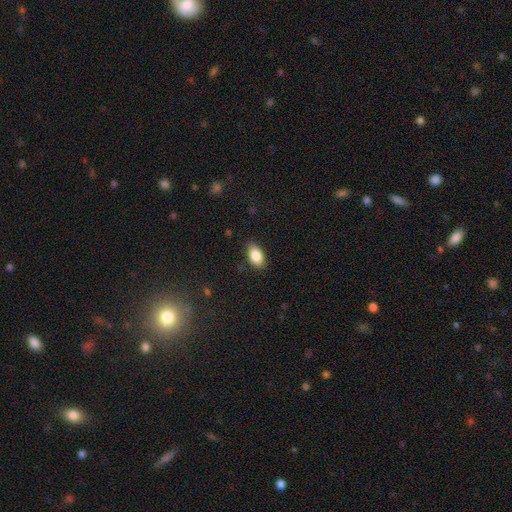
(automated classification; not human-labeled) Overall: smooth (87%). How rounded: in between (93%). Merging: none (85%).